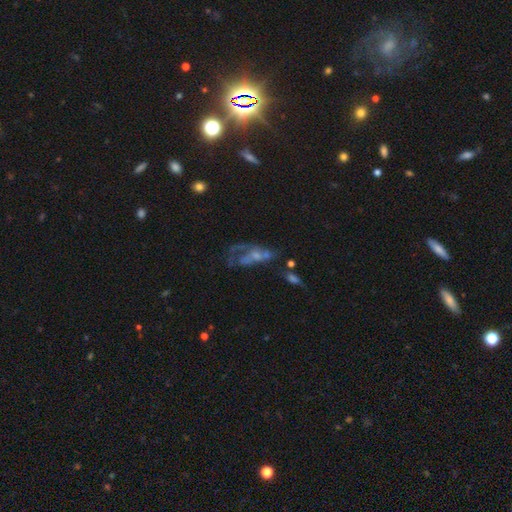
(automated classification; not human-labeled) Q: Smooth or featured?
A: featured or disk (60%); runner-up: smooth (24%)
Q: Edge-on disk?
A: no (91%); runner-up: yes (9%)
Q: Bar?
A: no (77%); runner-up: weak (19%)
Q: Spiral arms?
A: no (57%); runner-up: yes (43%)
Q: Bulge size?
A: small (37%); runner-up: none (35%)
Q: Merging?
A: major disturbance (42%); runner-up: none (26%)